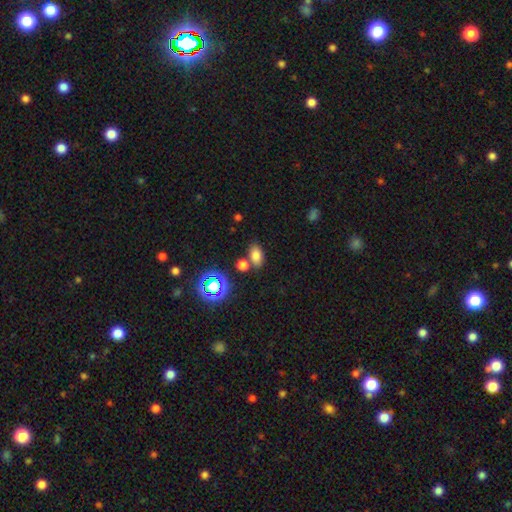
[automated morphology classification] Q: Smooth or featured?
A: smooth (74%); runner-up: star or artifact (19%)
Q: How rounded?
A: in between (85%); runner-up: round (13%)
Q: Merging?
A: none (70%); runner-up: merger (15%)